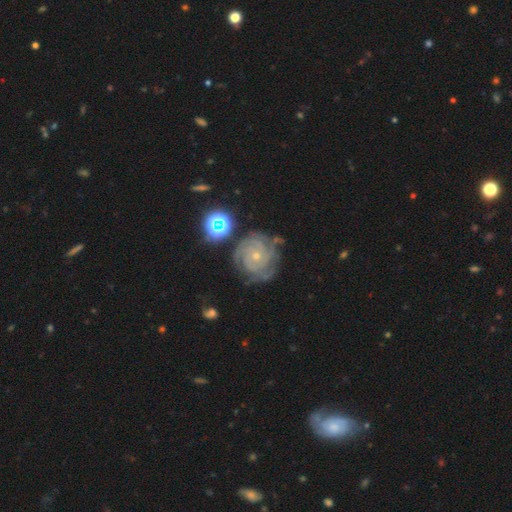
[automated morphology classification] smooth_or_featured: featured or disk (p=0.85) [alt: star or artifact p=0.08]
disk_edge_on: no (p=0.98) [alt: yes p=0.02]
bar: no (p=0.78) [alt: weak p=0.17]
has_spiral_arms: yes (p=0.97) [alt: no p=0.03]
spiral_winding: tight (p=0.79) [alt: medium p=0.18]
spiral_arm_count: 3 (p=0.28) [alt: can't tell p=0.23]
bulge_size: small (p=0.74) [alt: moderate p=0.23]
merging: none (p=0.70) [alt: minor disturbance p=0.19]